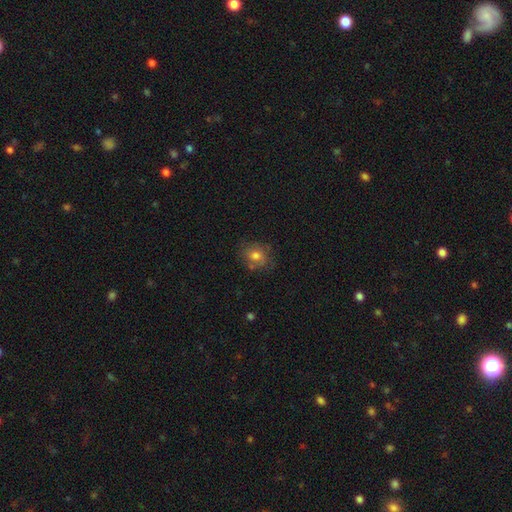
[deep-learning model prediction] Overall: smooth (75%). How rounded: round (54%; in between 45%). Merging: none (68%).